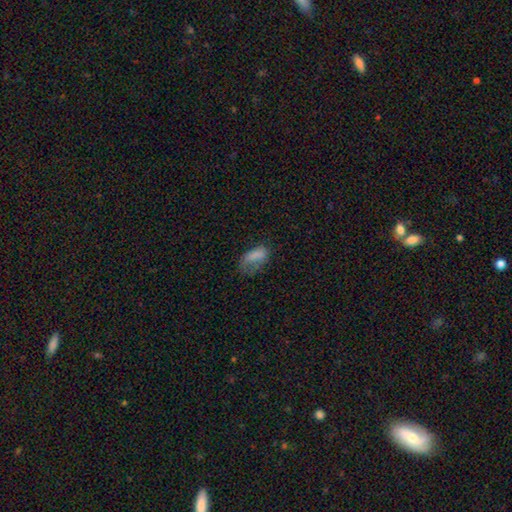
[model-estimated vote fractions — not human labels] The model was most divided on "merging": none: 34%, major disturbance: 32%, minor disturbance: 31%, merger: 3%. More confident: how rounded — in between (90%); smooth or featured — smooth (73%).